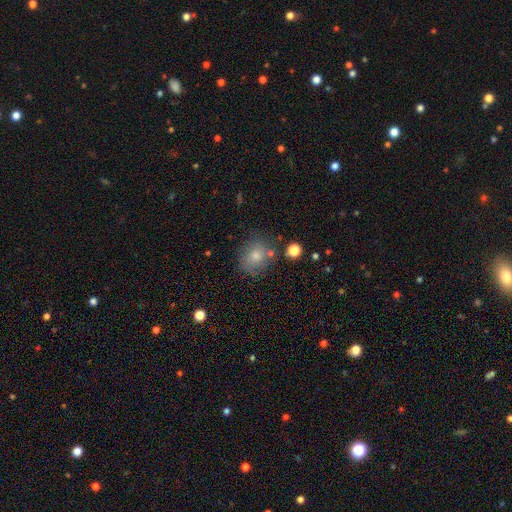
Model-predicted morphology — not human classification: smooth_or_featured: smooth (p=0.68) [alt: star or artifact p=0.16]
how_rounded: round (p=0.63) [alt: in between p=0.35]
merging: none (p=0.74) [alt: minor disturbance p=0.16]